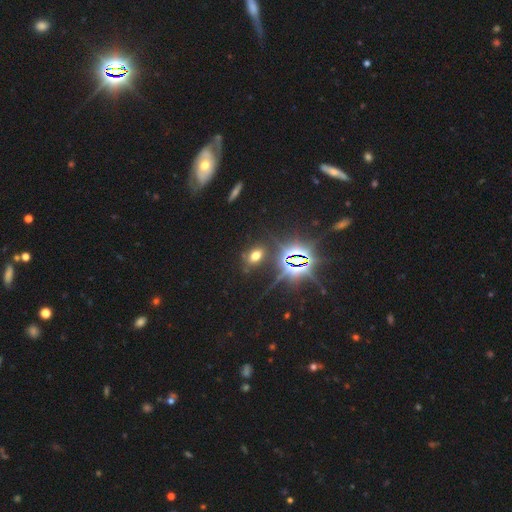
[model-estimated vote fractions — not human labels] Smooth or featured: smooth — 49% (star or artifact — 41%)
Merging: none — 80% (minor disturbance — 11%)